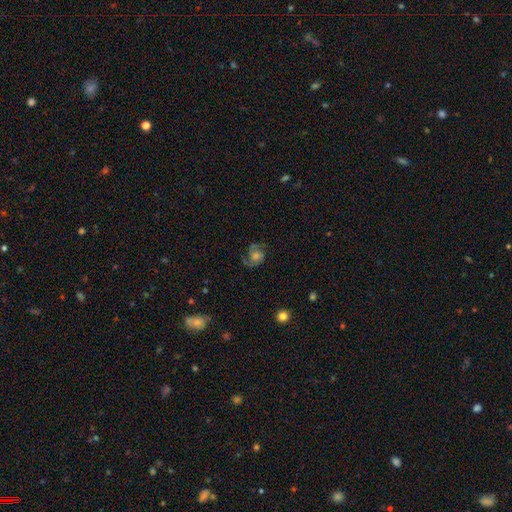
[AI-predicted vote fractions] featured or disk 74%, smooth 14%, star or artifact 11%. Down the decision tree: edge-on disk — no (97%); bar — no (67%); spiral arms — yes (95%); spiral arm count — 2 (80%); spiral winding — medium (53%); bulge size — moderate (53%); merging — none (75%).